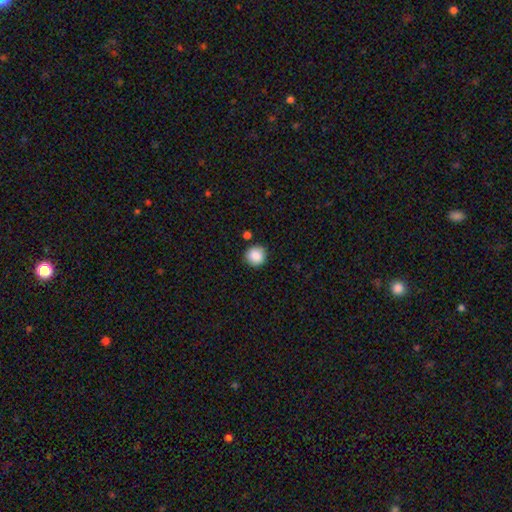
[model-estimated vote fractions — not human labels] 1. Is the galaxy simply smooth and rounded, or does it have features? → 88% smooth, 9% star or artifact, 4% featured or disk.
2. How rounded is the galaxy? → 92% round, 7% in between, 1% cigar-shaped.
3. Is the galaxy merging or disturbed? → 87% none, 8% minor disturbance, 3% merger, 2% major disturbance.